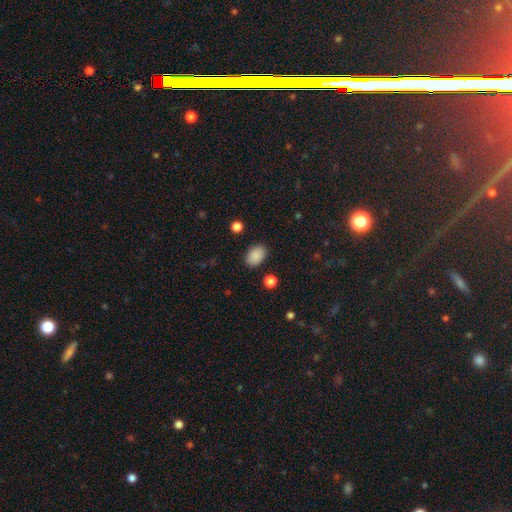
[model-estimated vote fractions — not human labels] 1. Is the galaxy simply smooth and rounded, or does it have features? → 89% smooth, 8% star or artifact, 3% featured or disk.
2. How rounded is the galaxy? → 85% in between, 14% round, 1% cigar-shaped.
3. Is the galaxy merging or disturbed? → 87% none, 9% minor disturbance, 3% major disturbance, 2% merger.